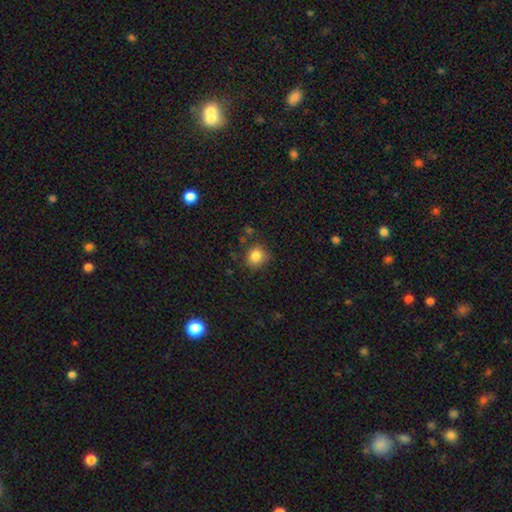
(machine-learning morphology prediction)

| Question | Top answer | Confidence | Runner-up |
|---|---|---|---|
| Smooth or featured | smooth | 85% | star or artifact (10%) |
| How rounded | round | 78% | in between (21%) |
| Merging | none | 78% | minor disturbance (15%) |